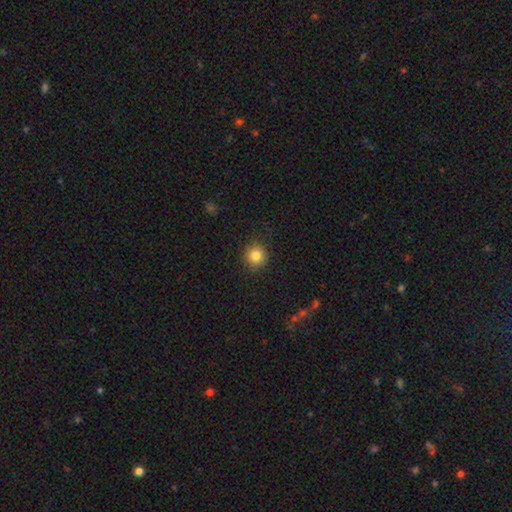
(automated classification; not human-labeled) Smooth or featured? Predicted: smooth (p=0.83). How rounded? Predicted: round (p=0.92). Merging? Predicted: none (p=0.89).